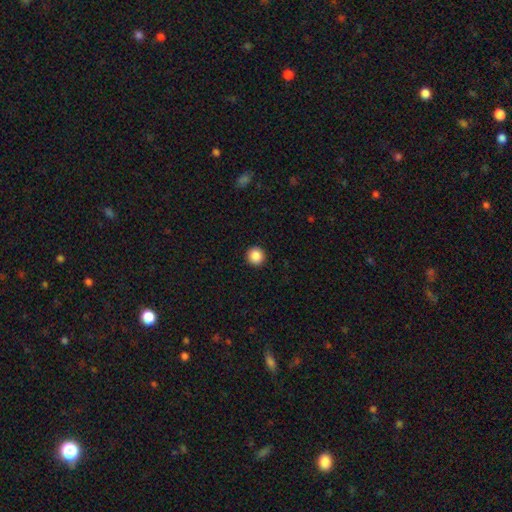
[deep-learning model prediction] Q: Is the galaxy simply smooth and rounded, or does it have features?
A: smooth — 88%.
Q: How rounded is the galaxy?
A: round — 96%.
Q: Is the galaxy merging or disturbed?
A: none — 93%.